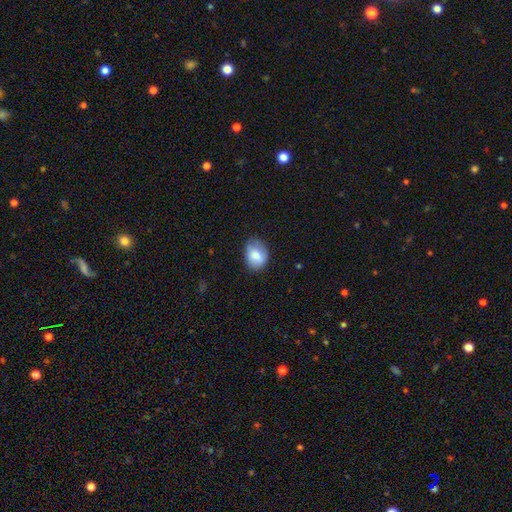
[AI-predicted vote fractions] Smooth or featured: smooth — 81% (featured or disk — 11%)
How rounded: in between — 65% (round — 34%)
Merging: none — 70% (minor disturbance — 25%)